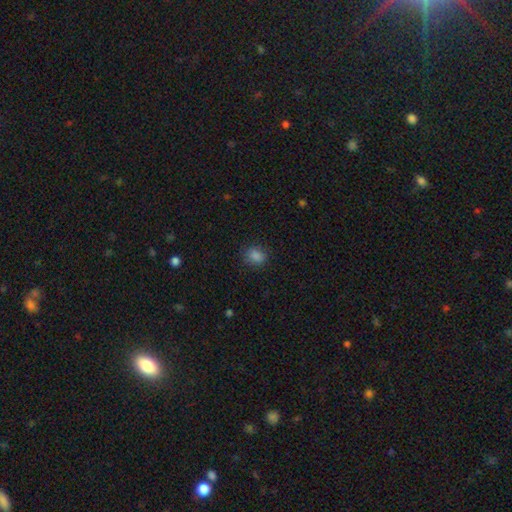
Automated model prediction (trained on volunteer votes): This is clearly a smooth galaxy (83%). How rounded: possibly round (55%). Merging: clearly none (83%).